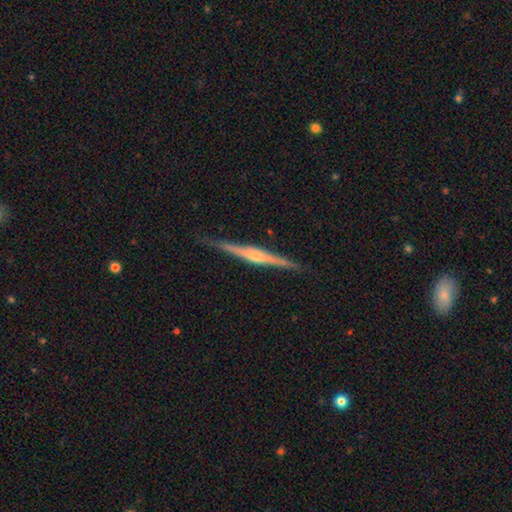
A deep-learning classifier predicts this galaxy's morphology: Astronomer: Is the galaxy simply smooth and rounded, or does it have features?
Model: featured or disk — 80%.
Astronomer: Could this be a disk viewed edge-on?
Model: yes — 98%.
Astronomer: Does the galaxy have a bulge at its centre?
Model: rounded — 68%.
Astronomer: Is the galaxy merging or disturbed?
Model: none — 89%.